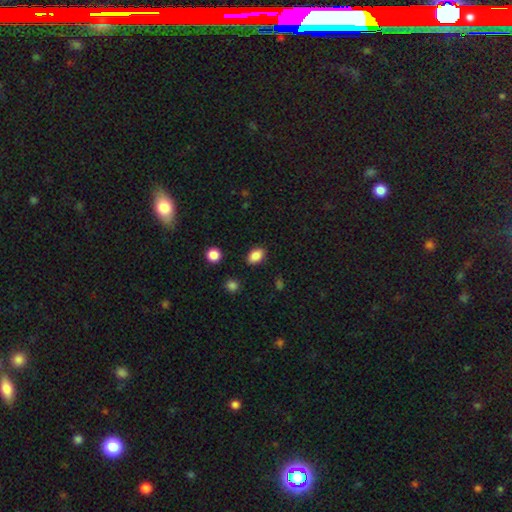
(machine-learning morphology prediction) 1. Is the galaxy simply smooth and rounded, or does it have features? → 86% smooth, 9% star or artifact, 4% featured or disk.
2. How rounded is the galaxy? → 83% in between, 16% round, 1% cigar-shaped.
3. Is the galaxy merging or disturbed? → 86% none, 10% minor disturbance, 3% major disturbance, 2% merger.